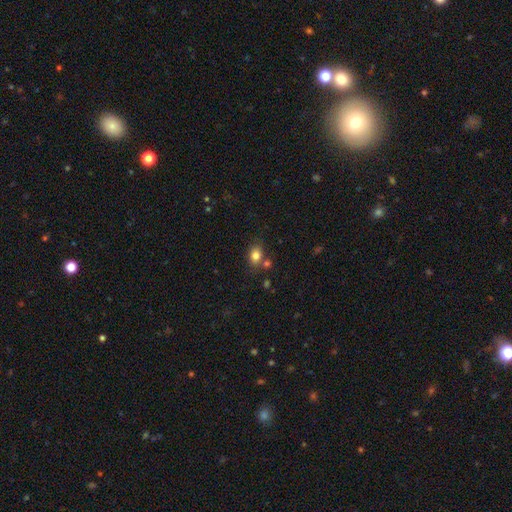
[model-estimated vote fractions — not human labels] Overall: smooth (81%). How rounded: in between (65%; round 33%). Merging: none (67%).